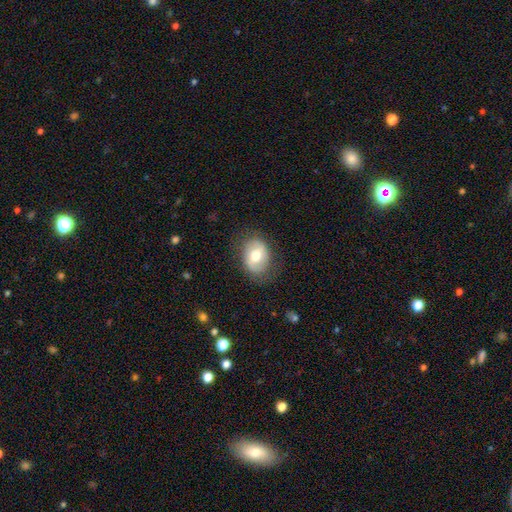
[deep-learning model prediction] Smooth or featured: smooth — 55% (featured or disk — 39%)
How rounded: in between — 63% (round — 36%)
Merging: none — 76% (minor disturbance — 16%)